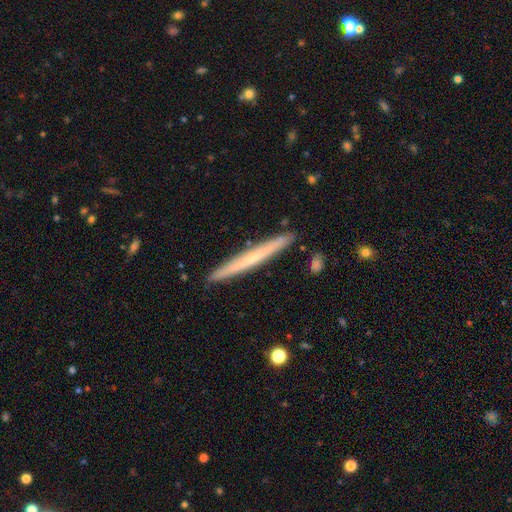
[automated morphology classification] This appears to be a featured or disk galaxy (53%) viewed edge-on (97%) with no central bulge (60%). Merging: none (91%).